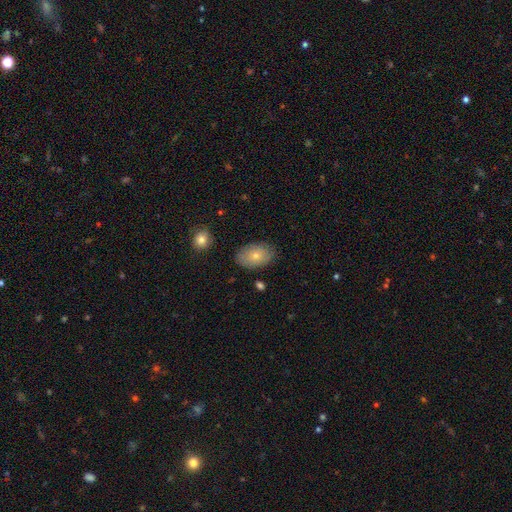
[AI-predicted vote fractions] smooth 74%, featured or disk 19%, star or artifact 7%. Down the decision tree: how rounded — in between (88%); merging — none (82%).